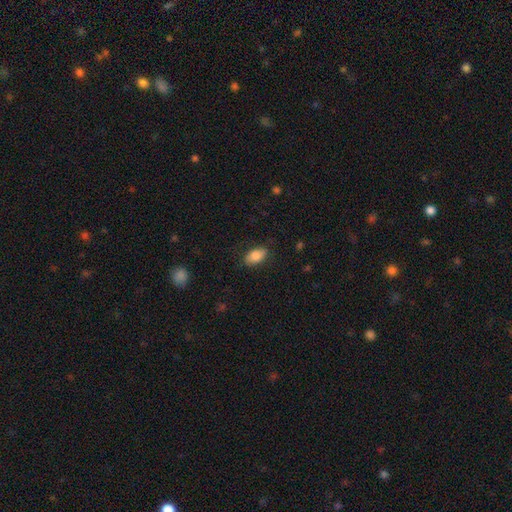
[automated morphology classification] Q: Smooth or featured?
A: smooth (84%); runner-up: featured or disk (9%)
Q: How rounded?
A: in between (92%); runner-up: round (5%)
Q: Merging?
A: none (83%); runner-up: minor disturbance (12%)